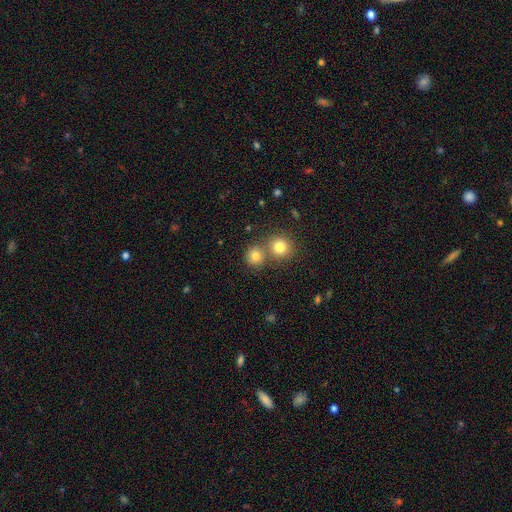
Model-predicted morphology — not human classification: Smooth or featured? Predicted: smooth (p=0.78). How rounded? Predicted: round (p=0.89). Merging? Predicted: none (p=0.59).